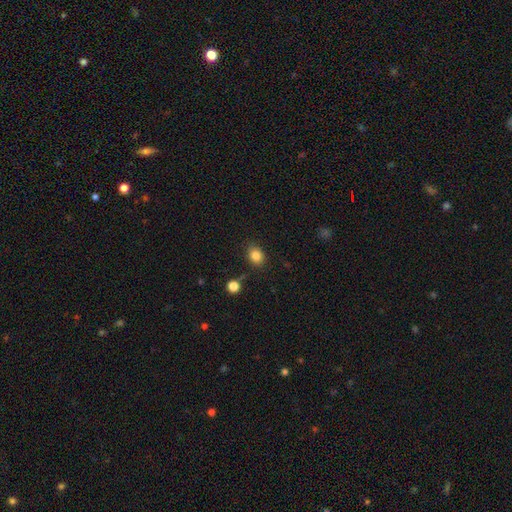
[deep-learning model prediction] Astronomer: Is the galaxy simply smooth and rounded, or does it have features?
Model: smooth — 84%.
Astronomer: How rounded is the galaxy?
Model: round — 50% (runner-up: in between, 49%).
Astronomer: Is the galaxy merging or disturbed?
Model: none — 80%.